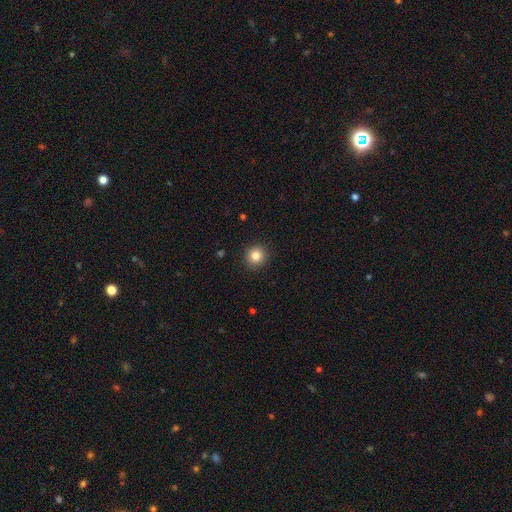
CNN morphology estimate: Overall: smooth (84%). How rounded: round (93%). Merging: none (91%).